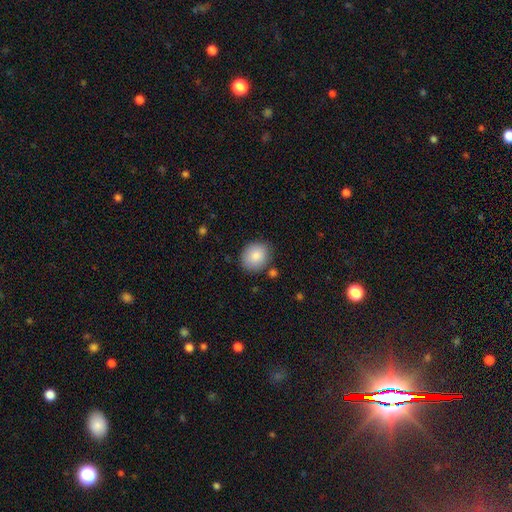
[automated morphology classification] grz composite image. It shows a smooth galaxy with no disk features (86%) that is round (68%). Merging: none (82%).